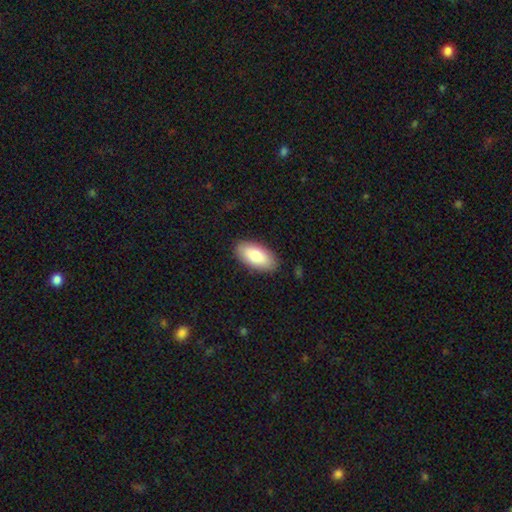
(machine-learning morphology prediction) Q: Smooth or featured?
A: smooth (82%); runner-up: featured or disk (12%)
Q: How rounded?
A: in between (93%); runner-up: cigar-shaped (4%)
Q: Merging?
A: none (87%); runner-up: minor disturbance (9%)